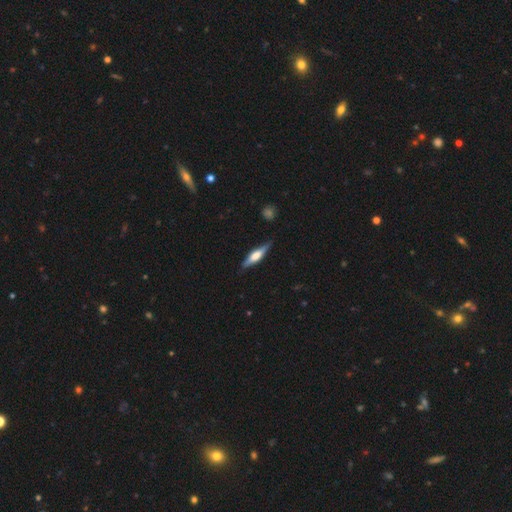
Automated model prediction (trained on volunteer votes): Overall: featured or disk (62%; smooth 32%). Edge-on disk: yes (95%). Edge-on bulge: rounded (76%). Merging: none (85%).